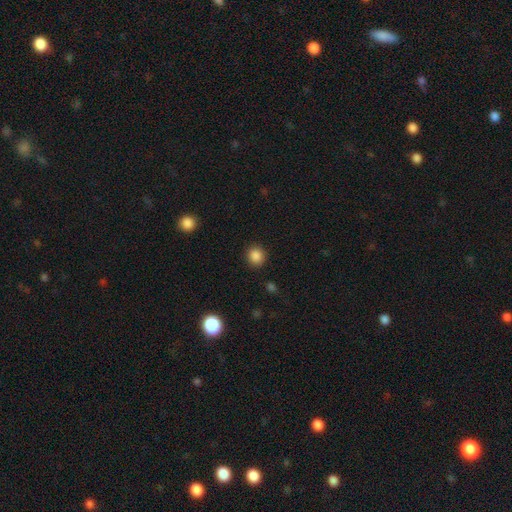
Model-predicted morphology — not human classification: A smooth galaxy with no disk features (86%) that is round (87%).

Vote fractions:
- Smooth or featured? smooth: 86% / star or artifact: 11% / featured or disk: 3%
- How rounded? round: 87% / in between: 12% / cigar-shaped: 1%
- Merging? none: 90% / minor disturbance: 6% / major disturbance: 2% / merger: 1%